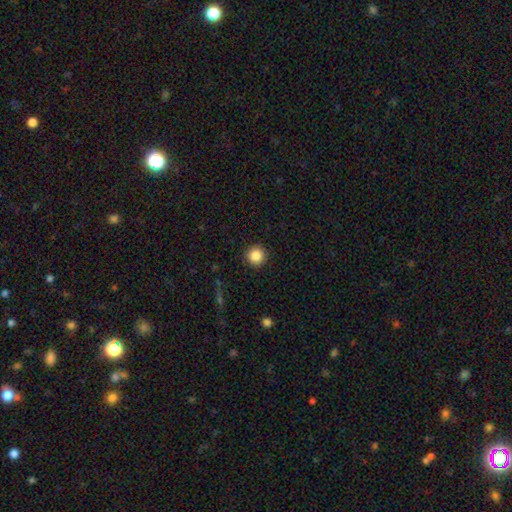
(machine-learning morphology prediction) Overall: smooth (86%). How rounded: round (95%). Merging: none (91%).